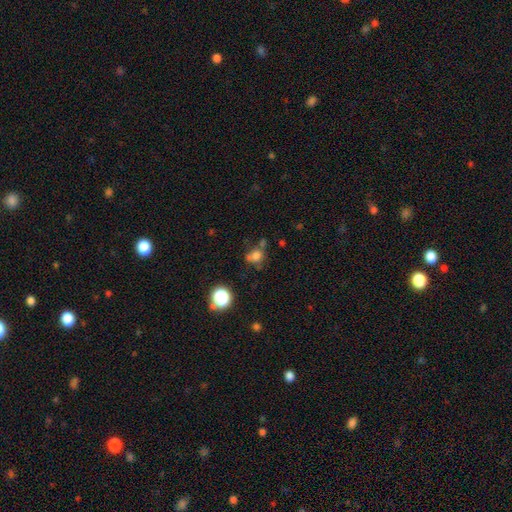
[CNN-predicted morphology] Overall: smooth (71%). How rounded: round (71%). Merging: none (49%; minor disturbance 20%).